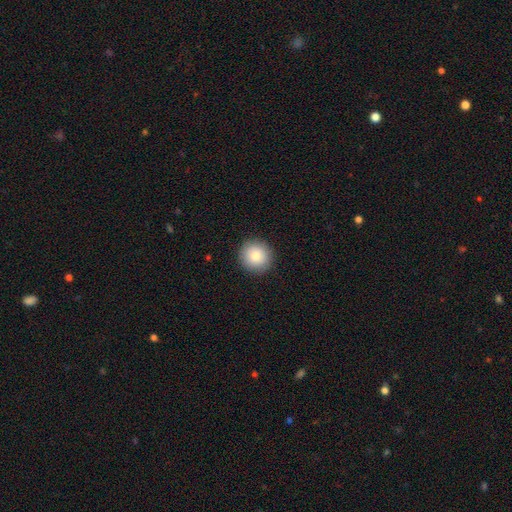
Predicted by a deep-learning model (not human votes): Morphology: type=smooth (83%); roundness=round (94%); merging=none (91%).